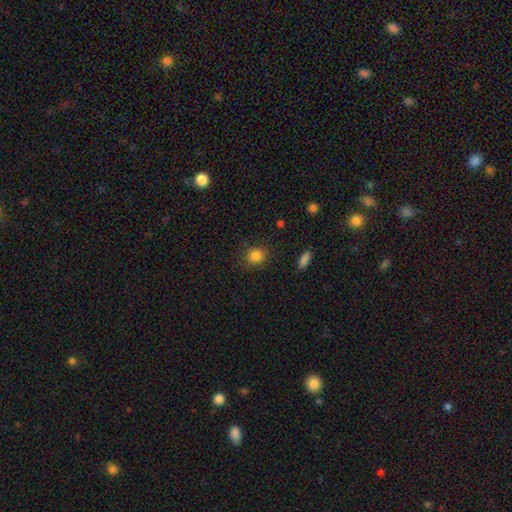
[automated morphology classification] This appears to be a smooth galaxy with no disk features (84%) that is round (81%). Merging: none (84%).